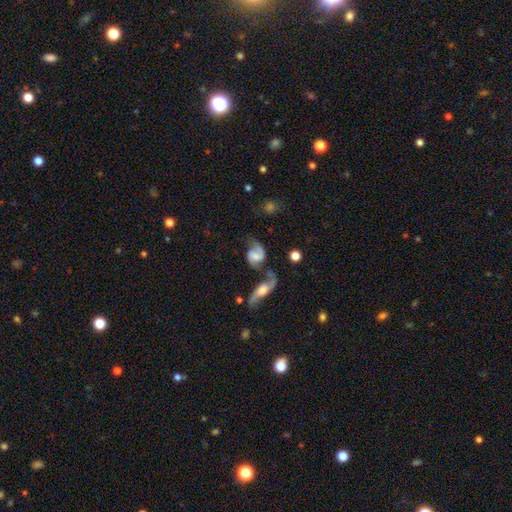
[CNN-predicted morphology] Smooth or featured: featured or disk — 78% (smooth — 16%)
Edge-on disk: no — 96% (yes — 4%)
Bar: weak — 46% (no — 38%)
Spiral arms: yes — 94% (no — 6%)
Spiral winding: loose — 46% (medium — 43%)
Spiral arm count: 2 — 88% (1 — 5%)
Bulge size: moderate — 39% (small — 35%)
Merging: none — 49% (merger — 23%)